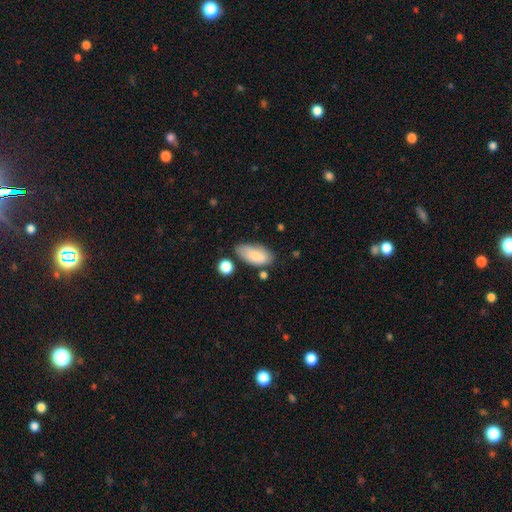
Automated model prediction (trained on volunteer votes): smooth 82%, featured or disk 11%, star or artifact 7%. Down the decision tree: how rounded — in between (90%); merging — none (59%).